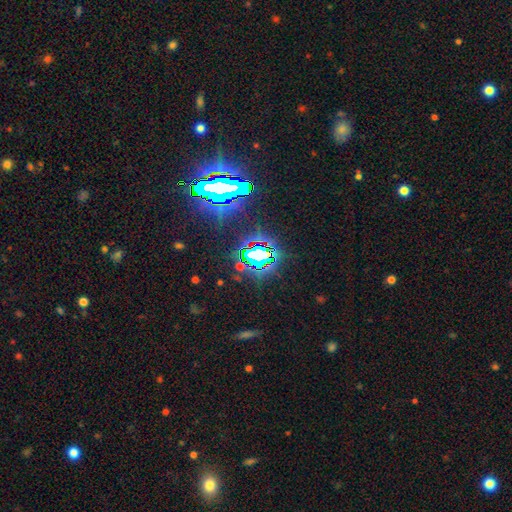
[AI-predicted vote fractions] Overall: star or artifact (75%).